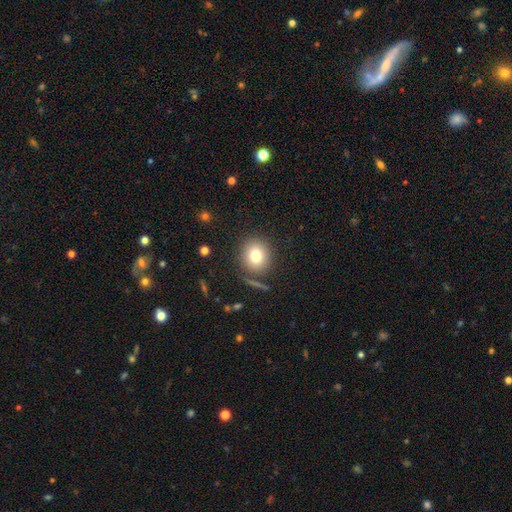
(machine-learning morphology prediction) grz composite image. It shows a smooth galaxy with no disk features (77%) that is round (83%). Merging: none (84%).